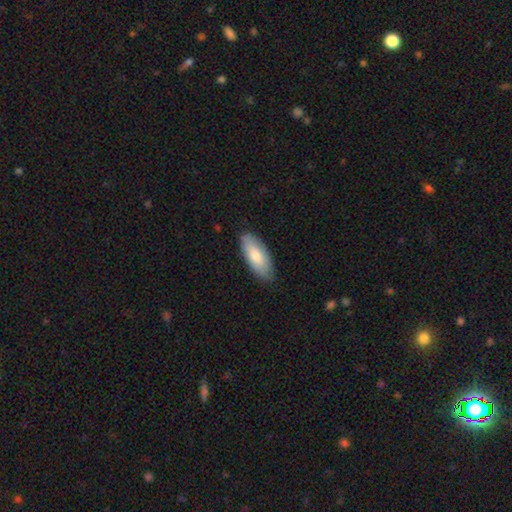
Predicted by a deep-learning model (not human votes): A smooth galaxy with no disk features (79%) that is in between round and cigar-shaped (81%). Merging: none (84%).